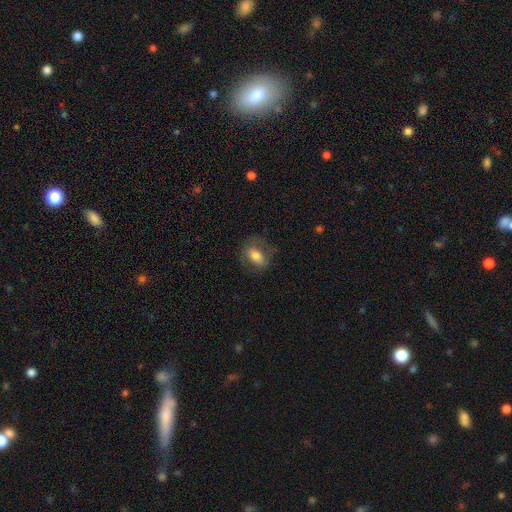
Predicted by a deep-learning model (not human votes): A smooth galaxy with no disk features (65%) that is in between round and cigar-shaped (80%). Merging: none (69%).